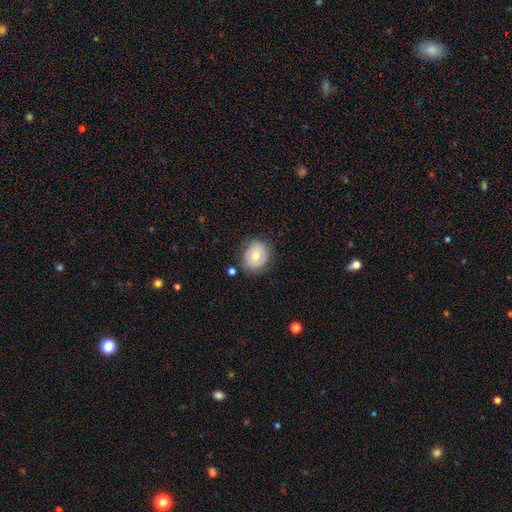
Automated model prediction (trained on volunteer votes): Q: Smooth or featured?
A: smooth (57%); runner-up: featured or disk (35%)
Q: How rounded?
A: round (67%); runner-up: in between (33%)
Q: Merging?
A: none (77%); runner-up: minor disturbance (17%)